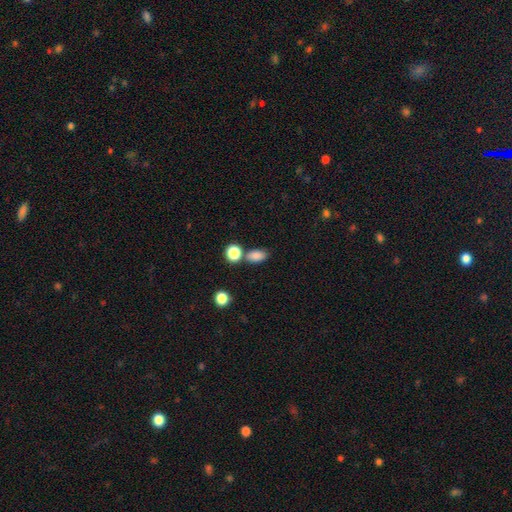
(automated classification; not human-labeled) Morphology: type=smooth (84%); roundness=in between (84%); merging=none (65%).